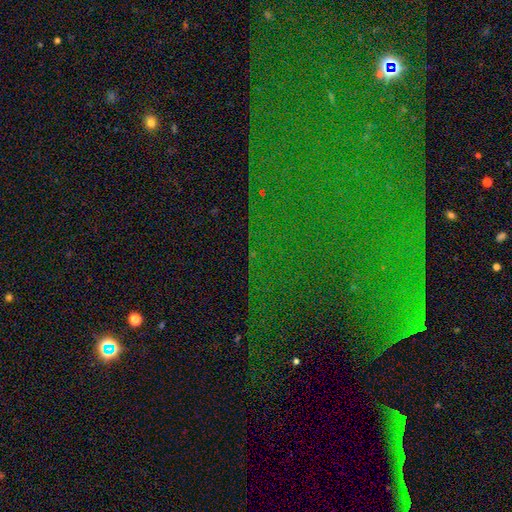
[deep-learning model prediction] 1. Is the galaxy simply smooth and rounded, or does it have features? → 82% star or artifact, 9% smooth, 9% featured or disk.